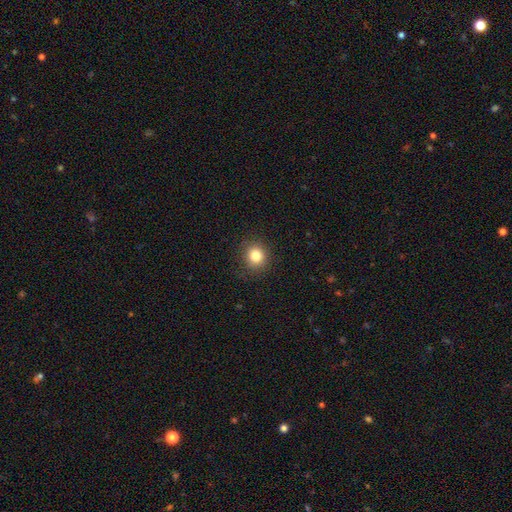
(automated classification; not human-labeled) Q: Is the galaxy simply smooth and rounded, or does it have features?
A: smooth — 82%.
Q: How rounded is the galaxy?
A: round — 86%.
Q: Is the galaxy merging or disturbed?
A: none — 89%.